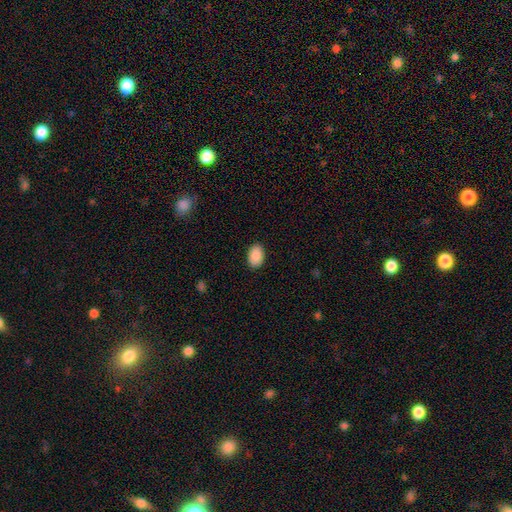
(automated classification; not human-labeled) Q: Smooth or featured?
A: smooth (91%); runner-up: star or artifact (7%)
Q: How rounded?
A: in between (89%); runner-up: round (10%)
Q: Merging?
A: none (89%); runner-up: minor disturbance (8%)